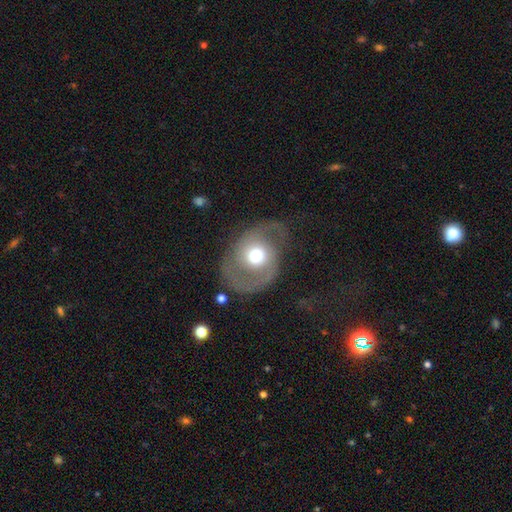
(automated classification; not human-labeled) This appears to be a featured or disk galaxy (68%) with no bar (72%), spiral arms (74%) and a moderate central bulge (64%). Merging: none (60%).